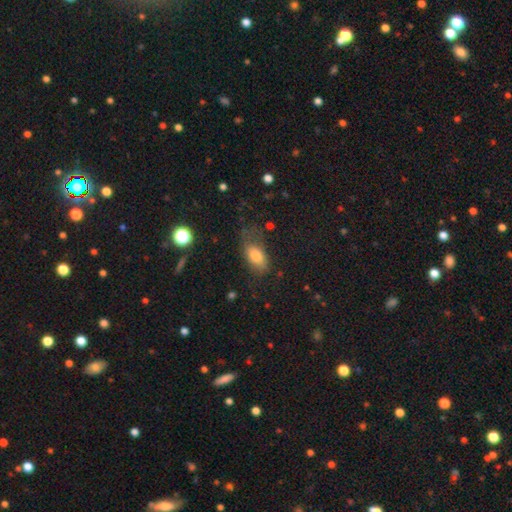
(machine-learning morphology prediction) Smooth or featured? smooth (75%)
How rounded? in between (88%)
Merging? none (52%)